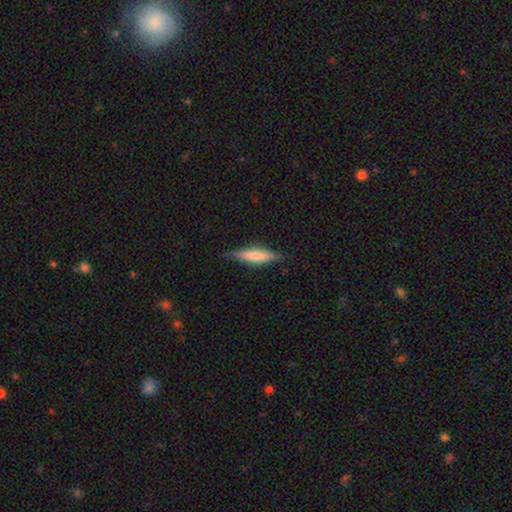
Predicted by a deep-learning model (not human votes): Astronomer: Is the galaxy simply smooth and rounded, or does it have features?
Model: smooth — 66%.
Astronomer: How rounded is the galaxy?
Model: cigar-shaped — 80%.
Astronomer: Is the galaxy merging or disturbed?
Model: none — 84%.